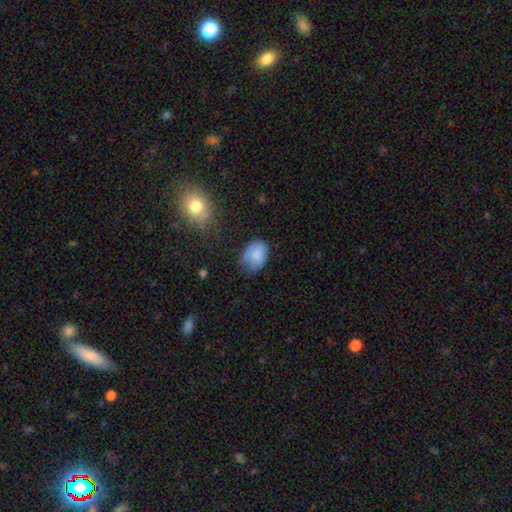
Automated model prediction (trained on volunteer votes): Smooth or featured: smooth — 83% (featured or disk — 9%)
How rounded: in between — 74% (round — 25%)
Merging: none — 61% (minor disturbance — 29%)